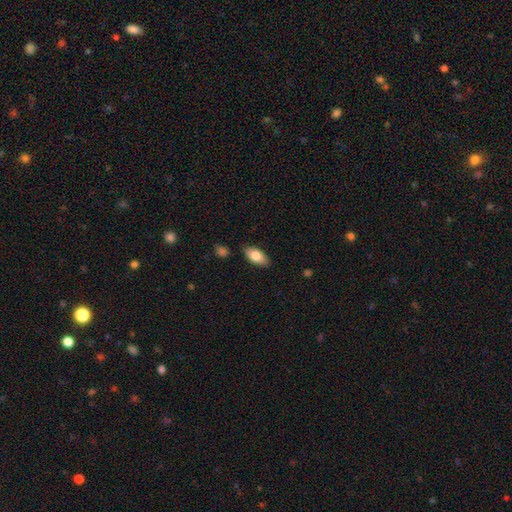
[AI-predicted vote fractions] Smooth or featured: smooth — 81% (featured or disk — 12%)
How rounded: in between — 91% (cigar-shaped — 6%)
Merging: none — 84% (minor disturbance — 12%)